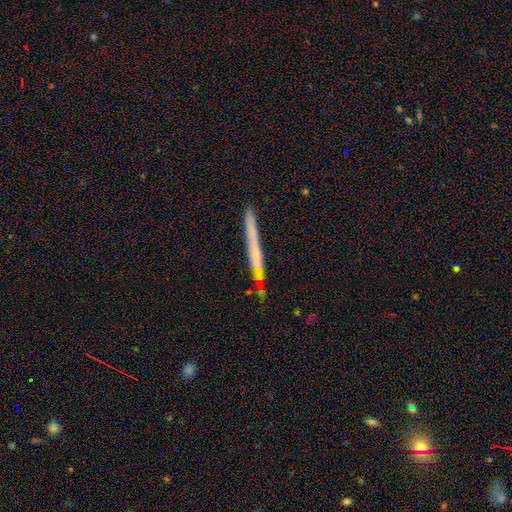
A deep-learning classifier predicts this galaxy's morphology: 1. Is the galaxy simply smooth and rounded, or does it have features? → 48% smooth, 43% featured or disk, 9% star or artifact.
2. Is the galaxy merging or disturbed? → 78% none, 16% minor disturbance, 3% merger, 3% major disturbance.